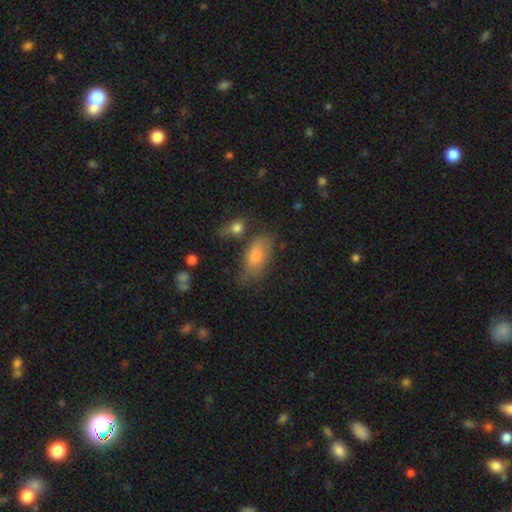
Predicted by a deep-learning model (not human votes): The model was most divided on "merging": none: 54%, minor disturbance: 27%, major disturbance: 11%, merger: 8%. More confident: how rounded — in between (86%); smooth or featured — smooth (77%).